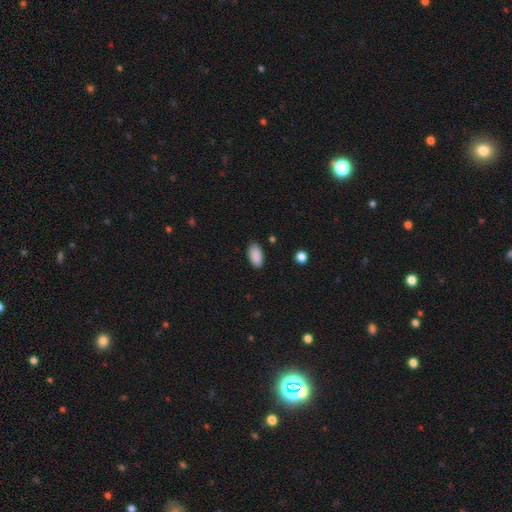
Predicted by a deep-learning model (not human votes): Smooth or featured: smooth — 90% (star or artifact — 7%)
How rounded: in between — 94% (cigar-shaped — 4%)
Merging: none — 87% (minor disturbance — 10%)